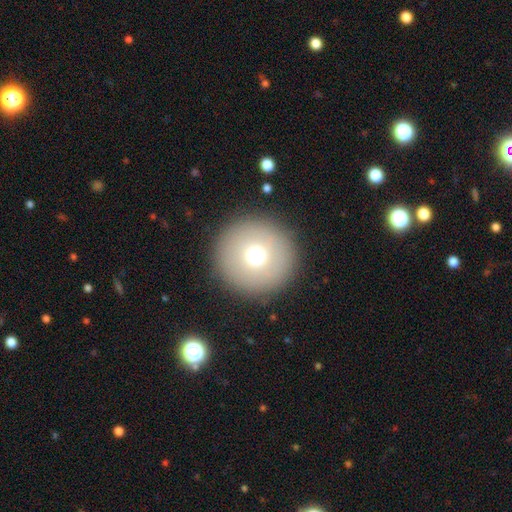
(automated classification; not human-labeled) This appears to be a smooth galaxy with no disk features (69%) that is round (96%). Merging: none (91%).